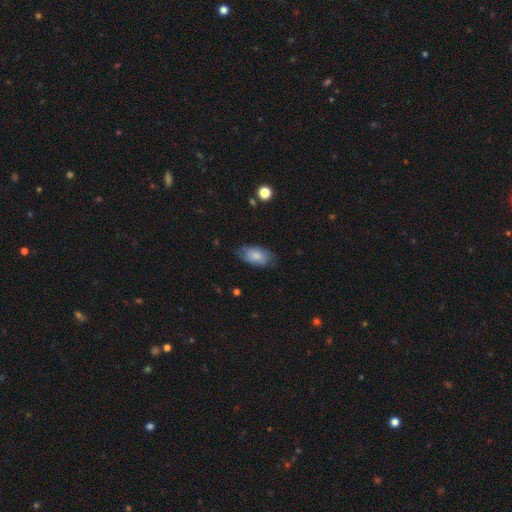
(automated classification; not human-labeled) Q: Smooth or featured?
A: smooth (79%); runner-up: featured or disk (14%)
Q: How rounded?
A: in between (93%); runner-up: round (4%)
Q: Merging?
A: none (69%); runner-up: minor disturbance (24%)